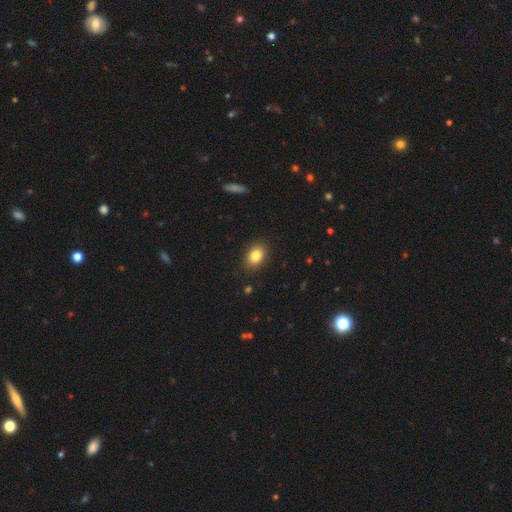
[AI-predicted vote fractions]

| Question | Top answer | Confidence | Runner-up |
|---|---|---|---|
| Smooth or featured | smooth | 85% | star or artifact (9%) |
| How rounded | in between | 78% | round (21%) |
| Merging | none | 86% | minor disturbance (10%) |